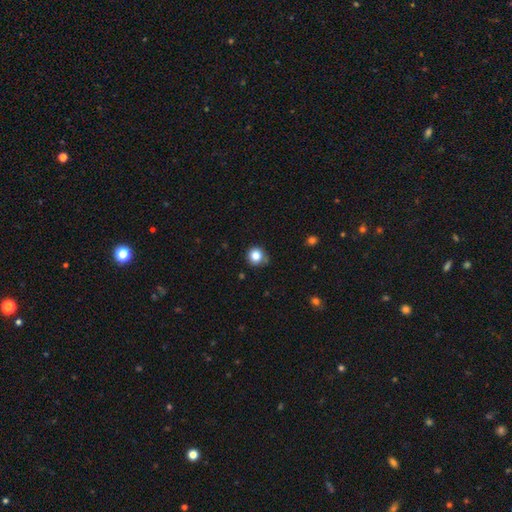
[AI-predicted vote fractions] A smooth galaxy with no disk features (84%) that is round (92%). Merging: none (76%).